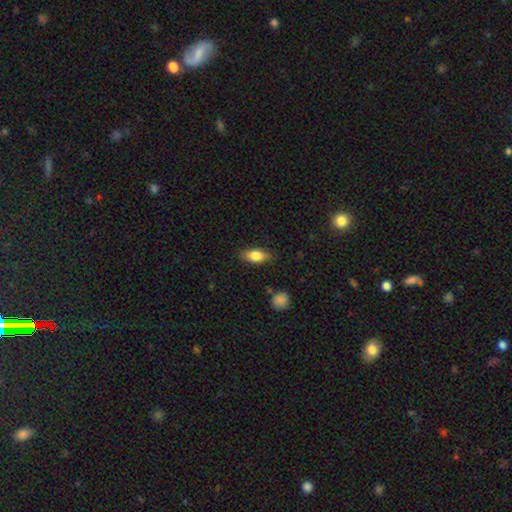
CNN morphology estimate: smooth_or_featured: smooth (p=0.81) [alt: featured or disk p=0.12]
how_rounded: in between (p=0.86) [alt: cigar-shaped p=0.09]
merging: none (p=0.84) [alt: minor disturbance p=0.12]